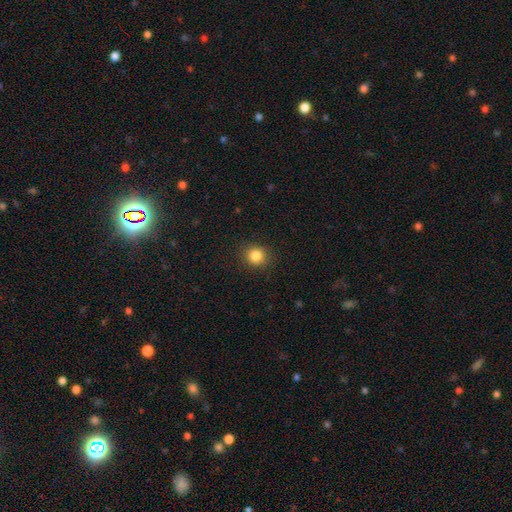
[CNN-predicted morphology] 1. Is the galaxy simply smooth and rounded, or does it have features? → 85% smooth, 11% star or artifact, 4% featured or disk.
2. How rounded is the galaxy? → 85% round, 14% in between, 1% cigar-shaped.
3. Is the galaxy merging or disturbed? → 88% none, 8% minor disturbance, 3% major disturbance, 1% merger.